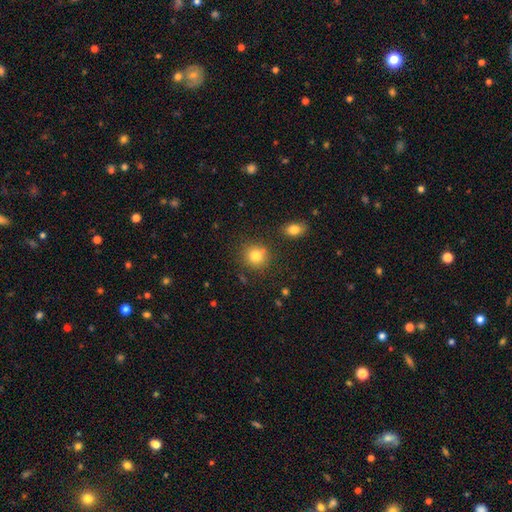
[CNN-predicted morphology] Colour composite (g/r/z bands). It shows a smooth galaxy with no disk features (81%) that is round (87%). Merging: none (76%).